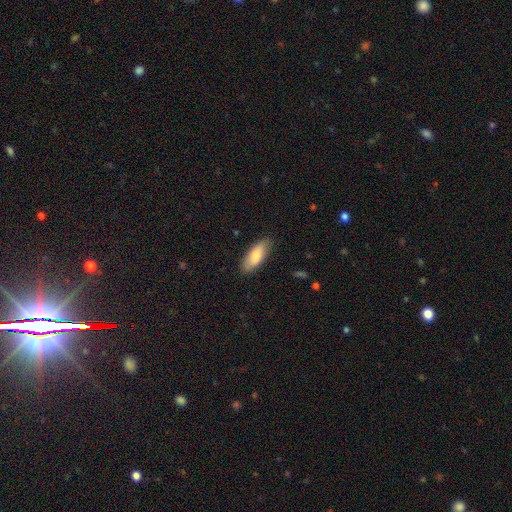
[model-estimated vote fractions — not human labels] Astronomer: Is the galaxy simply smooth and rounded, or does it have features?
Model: smooth — 82%.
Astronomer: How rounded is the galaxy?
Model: in between — 72%.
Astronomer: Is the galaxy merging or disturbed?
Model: none — 85%.